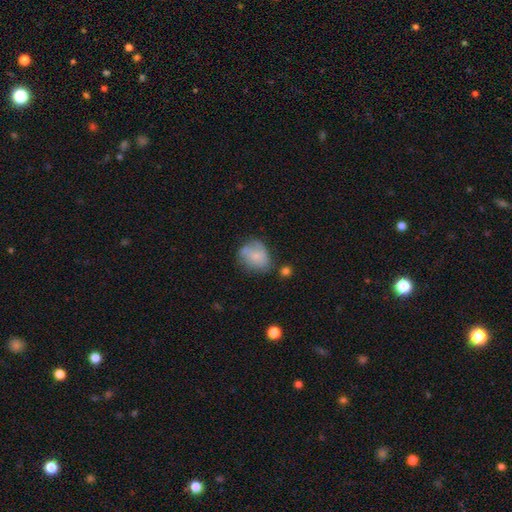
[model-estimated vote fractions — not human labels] The model was most divided on "how rounded": round: 59%, in between: 40%, cigar-shaped: 1%. Remaining: smooth or featured — smooth (58%); merging — none (50%).